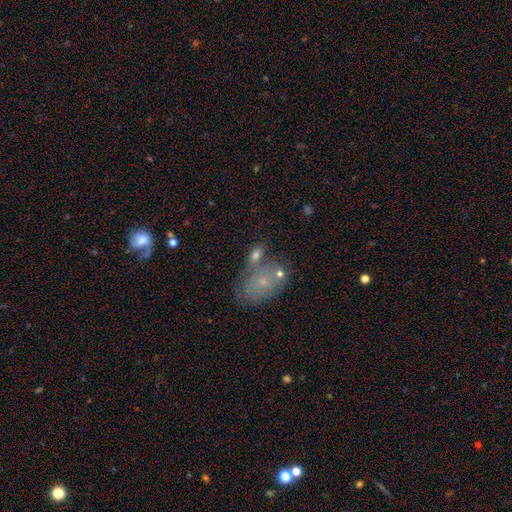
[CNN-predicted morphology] Smooth or featured: smooth — 64% (featured or disk — 23%)
How rounded: in between — 79% (round — 17%)
Merging: none — 47% (merger — 29%)